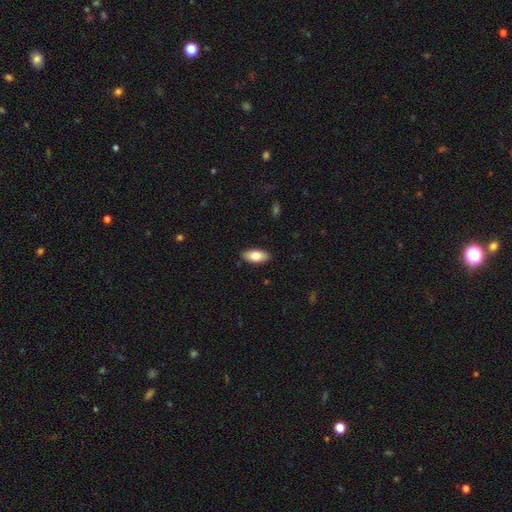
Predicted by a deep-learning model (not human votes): smooth_or_featured: smooth (p=0.80) [alt: featured or disk p=0.13]
how_rounded: in between (p=0.89) [alt: cigar-shaped p=0.08]
merging: none (p=0.88) [alt: minor disturbance p=0.09]